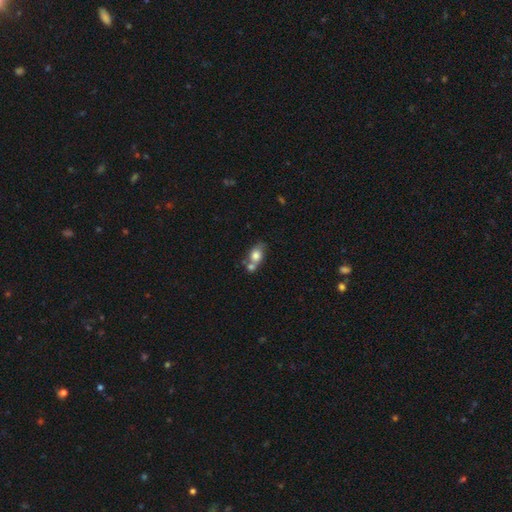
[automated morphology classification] smooth_or_featured: smooth (p=0.74) [alt: featured or disk p=0.17]
how_rounded: in between (p=0.62) [alt: round p=0.35]
merging: merger (p=0.49) [alt: none p=0.32]